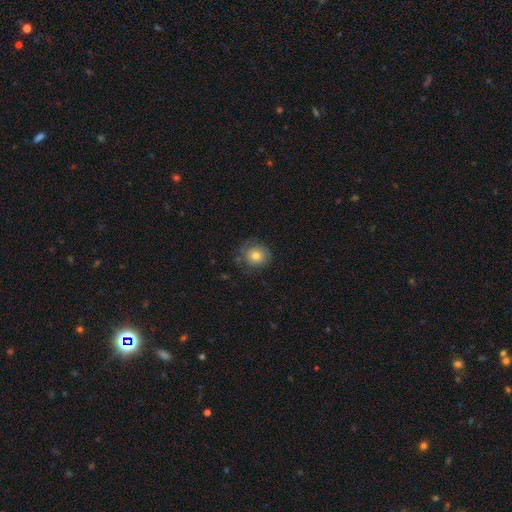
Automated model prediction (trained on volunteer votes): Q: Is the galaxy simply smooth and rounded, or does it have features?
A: smooth — 70%.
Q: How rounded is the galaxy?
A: round — 86%.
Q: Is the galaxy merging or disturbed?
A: none — 71%.